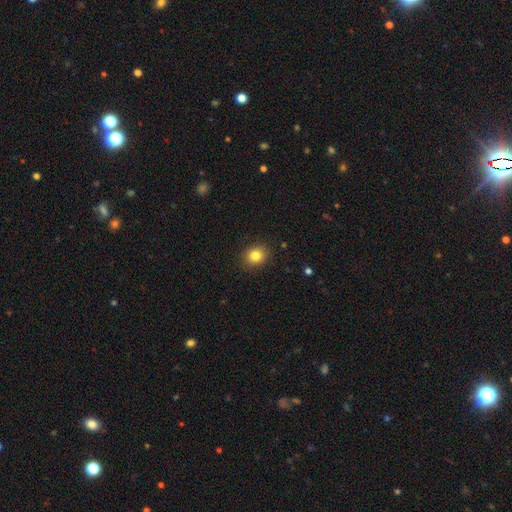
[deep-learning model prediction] A smooth galaxy with no disk features (82%) that is round (72%).

Vote fractions:
- Smooth or featured? smooth: 82% / star or artifact: 11% / featured or disk: 7%
- How rounded? round: 72% / in between: 28% / cigar-shaped: 1%
- Merging? none: 89% / minor disturbance: 8% / major disturbance: 2% / merger: 1%